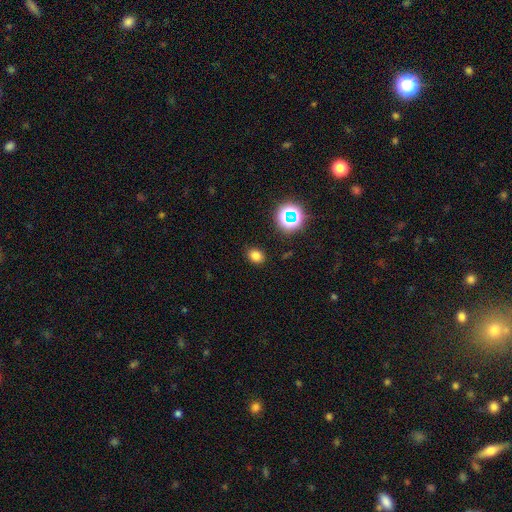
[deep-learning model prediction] Smooth or featured? smooth (76%)
How rounded? in between (54%)
Merging? none (87%)